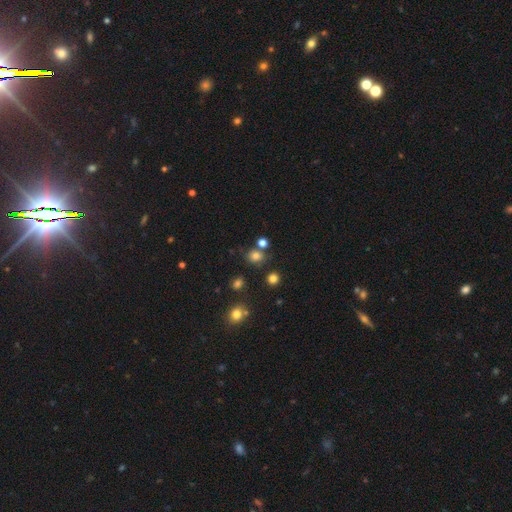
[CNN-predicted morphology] smooth 77%, star or artifact 17%, featured or disk 6%. Down the decision tree: how rounded — round (72%); merging — none (73%).